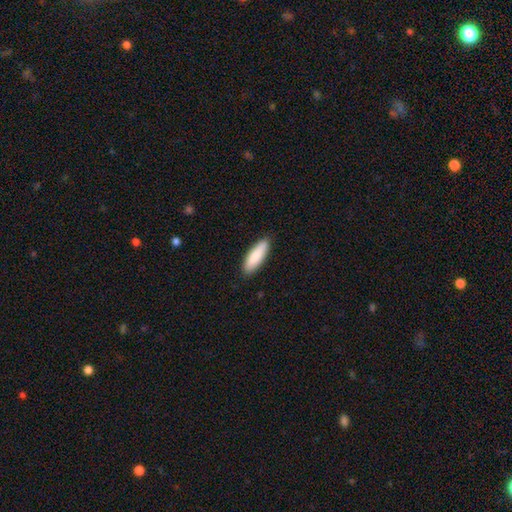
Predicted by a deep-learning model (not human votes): Q: Smooth or featured?
A: smooth (86%); runner-up: featured or disk (9%)
Q: How rounded?
A: in between (50%); runner-up: cigar-shaped (48%)
Q: Merging?
A: none (88%); runner-up: minor disturbance (9%)